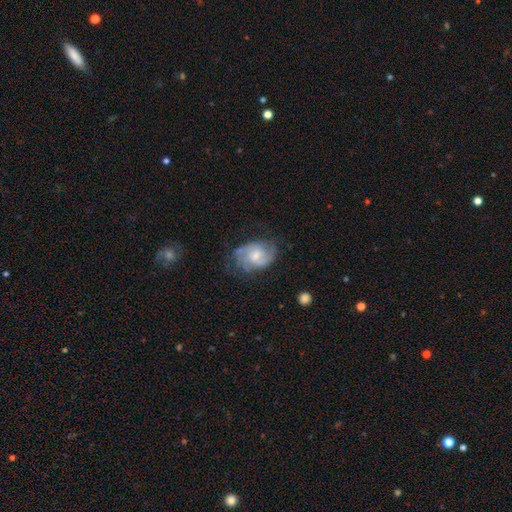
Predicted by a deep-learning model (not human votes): A featured or disk galaxy (65%) with no bar (53%), 2 (54%) medium (45%) spiral arms (84%) and a moderate central bulge (47%).

Vote fractions:
- Smooth or featured? featured or disk: 65% / smooth: 28% / star or artifact: 7%
- Edge-on disk? no: 97% / yes: 3%
- Bar? no: 53% / weak: 41% / strong: 6%
- Spiral arms? yes: 84% / no: 16%
- Spiral winding? medium: 45% / tight: 35% / loose: 20%
- Spiral arm count? 2: 54% / can't tell: 27% / 3: 10% / 1: 4% / 4: 3% / more than 4: 2%
- Bulge size? moderate: 47% / small: 41% / none: 6% / large: 5% / dominant: 1%
- Merging? none: 54% / minor disturbance: 27% / major disturbance: 17% / merger: 2%